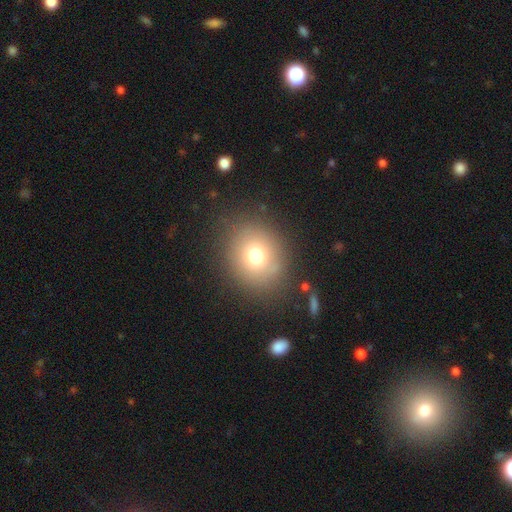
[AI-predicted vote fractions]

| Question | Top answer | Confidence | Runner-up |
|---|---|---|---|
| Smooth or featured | smooth | 72% | star or artifact (16%) |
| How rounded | round | 77% | in between (22%) |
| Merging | none | 84% | minor disturbance (10%) |